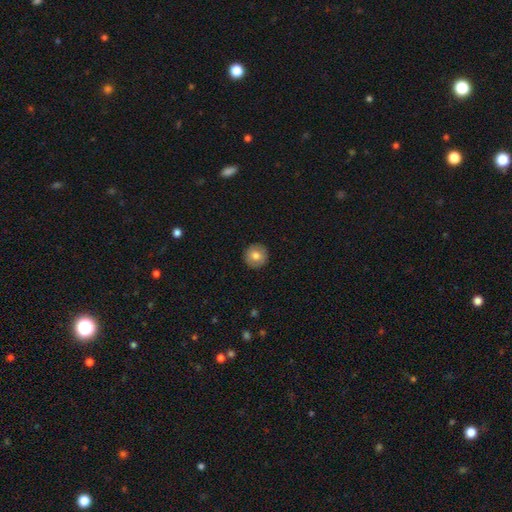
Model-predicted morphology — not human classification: Q: Smooth or featured?
A: smooth (78%); runner-up: featured or disk (14%)
Q: How rounded?
A: round (94%); runner-up: in between (5%)
Q: Merging?
A: none (91%); runner-up: minor disturbance (6%)